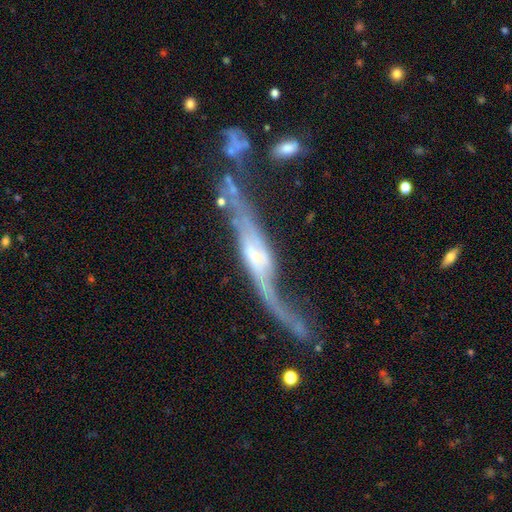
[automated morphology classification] type=featured or disk (83%); edge-on=no (57%); merging=none (42%).